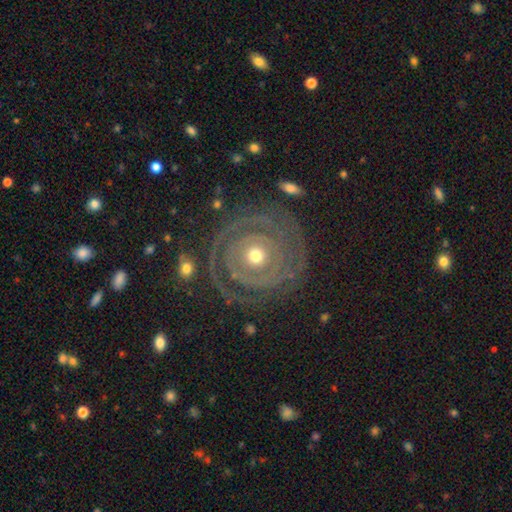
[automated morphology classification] A featured or disk galaxy (83%) with no bar (87%), tight (77%) spiral arms (79%) and a moderate central bulge (51%).

Vote fractions:
- Smooth or featured? featured or disk: 83% / smooth: 11% / star or artifact: 6%
- Edge-on disk? no: 97% / yes: 3%
- Bar? no: 87% / weak: 9% / strong: 4%
- Spiral arms? yes: 79% / no: 21%
- Spiral winding? tight: 77% / medium: 15% / loose: 8%
- Spiral arm count? can't tell: 31% / 2: 27% / 3: 14% / 1: 10% / 4: 9% / more than 4: 9%
- Bulge size? moderate: 51% / small: 42% / large: 5% / dominant: 1% / none: 1%
- Merging? none: 74% / minor disturbance: 13% / major disturbance: 12% / merger: 2%